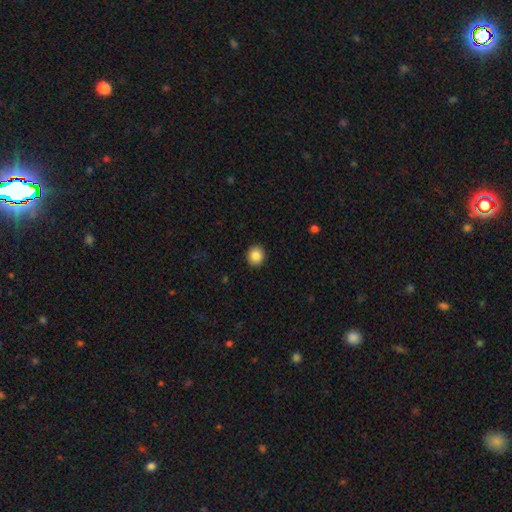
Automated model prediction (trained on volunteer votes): The model was most divided on "how rounded": round: 87%, in between: 12%, cigar-shaped: 1%. More confident: merging — none (92%); smooth or featured — smooth (86%).